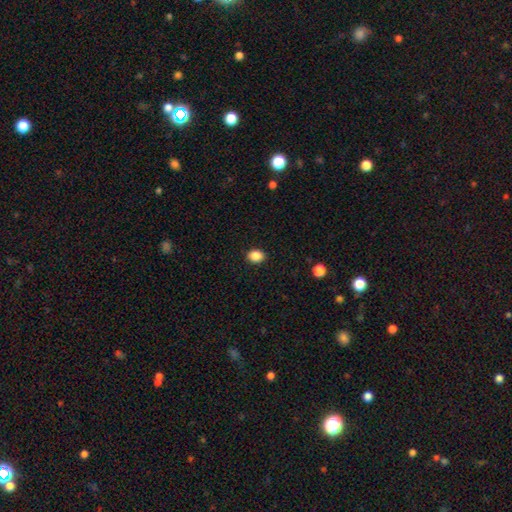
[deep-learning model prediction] Overall: smooth (87%). How rounded: in between (58%; round 41%). Merging: none (90%).